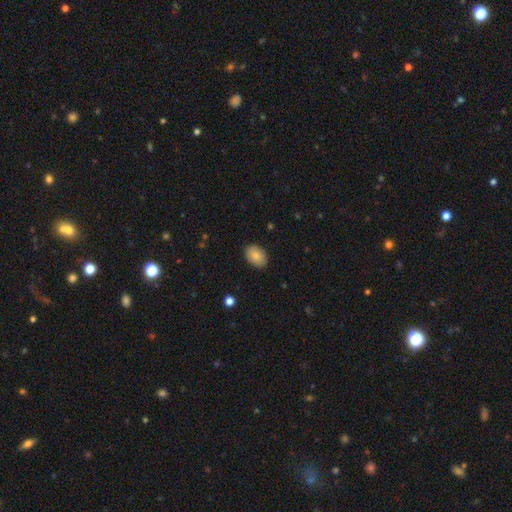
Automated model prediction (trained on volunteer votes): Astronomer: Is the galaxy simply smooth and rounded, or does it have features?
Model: smooth — 85%.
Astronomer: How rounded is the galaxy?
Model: in between — 85%.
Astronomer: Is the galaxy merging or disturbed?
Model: none — 86%.